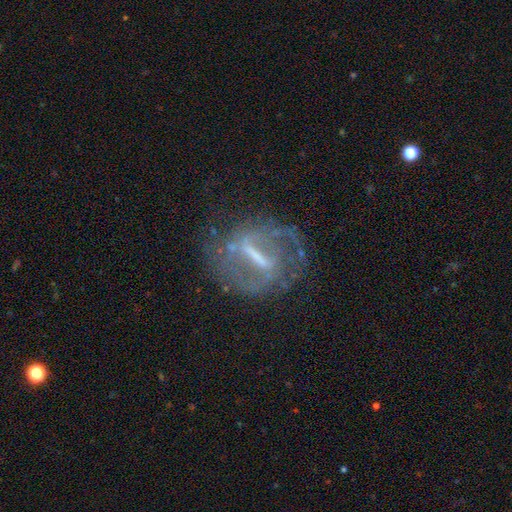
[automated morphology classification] featured or disk 83%, smooth 9%, star or artifact 8%. Down the decision tree: edge-on disk — no (90%); bar — strong (73%); spiral arms — yes (79%); spiral arm count — 2 (71%); spiral winding — medium (44%); bulge size — small (34%); merging — none (67%).